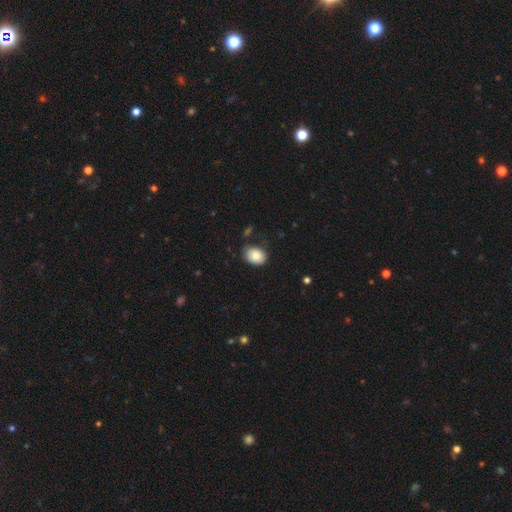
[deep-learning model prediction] Q: Smooth or featured?
A: smooth (82%); runner-up: featured or disk (10%)
Q: How rounded?
A: in between (74%); runner-up: round (25%)
Q: Merging?
A: none (73%); runner-up: minor disturbance (20%)